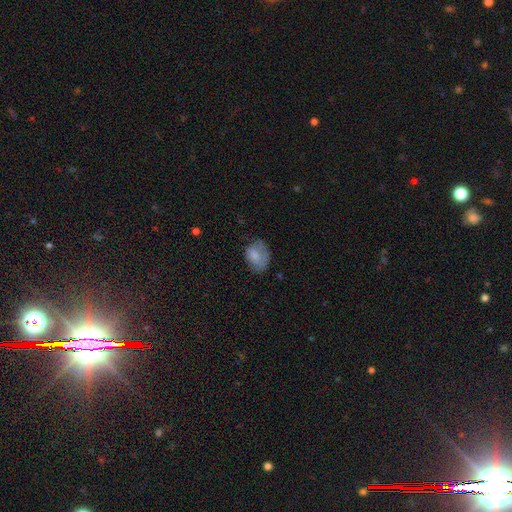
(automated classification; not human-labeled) The model was most divided on "merging": none: 52%, minor disturbance: 30%, major disturbance: 17%, merger: 2%. More confident: smooth or featured — smooth (73%); how rounded — in between (64%).